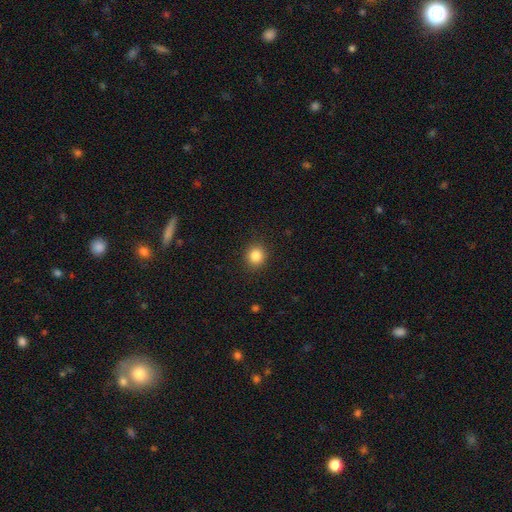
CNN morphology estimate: type=smooth (85%); roundness=round (83%); merging=none (90%).